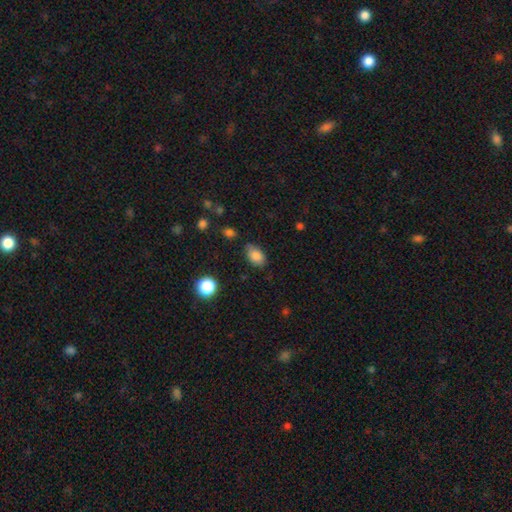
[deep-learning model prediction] smooth-or-featured: smooth: 85% | star or artifact: 9% | featured or disk: 7%
  how-rounded: in between: 87% | round: 11% | cigar-shaped: 2%
  merging: none: 73% | minor disturbance: 21% | major disturbance: 4% | merger: 2%